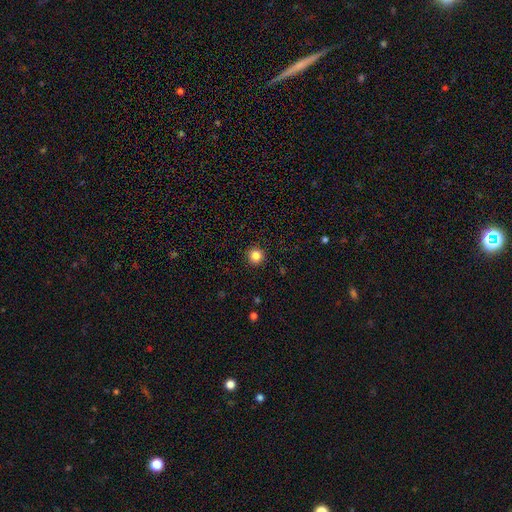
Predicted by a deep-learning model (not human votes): A smooth galaxy with no disk features (85%) that is round (95%).

Vote fractions:
- Smooth or featured? smooth: 85% / star or artifact: 11% / featured or disk: 4%
- How rounded? round: 95% / in between: 4% / cigar-shaped: 1%
- Merging? none: 92% / minor disturbance: 5% / major disturbance: 2% / merger: 1%